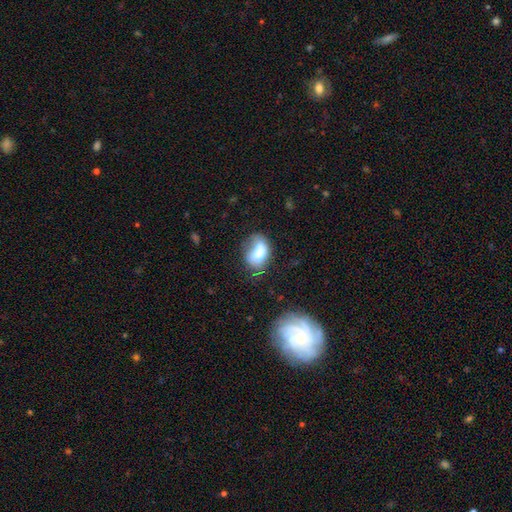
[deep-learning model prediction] smooth_or_featured: smooth (p=0.71) [alt: featured or disk p=0.19]
how_rounded: in between (p=0.81) [alt: round p=0.16]
merging: none (p=0.40) [alt: minor disturbance p=0.29]